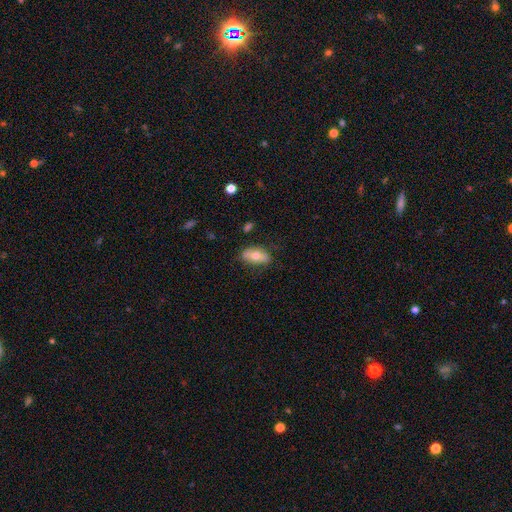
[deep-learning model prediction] A smooth galaxy with no disk features (64%) that is in between round and cigar-shaped (87%).

Vote fractions:
- Smooth or featured? smooth: 64% / featured or disk: 29% / star or artifact: 7%
- How rounded? in between: 87% / cigar-shaped: 8% / round: 5%
- Merging? none: 75% / minor disturbance: 19% / major disturbance: 4% / merger: 2%